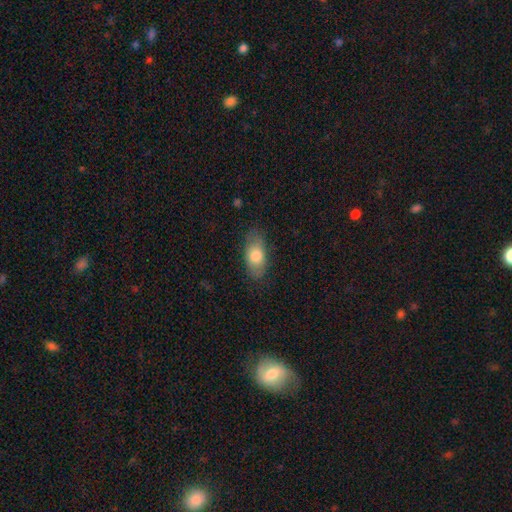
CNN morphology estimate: Q: Smooth or featured?
A: smooth (77%); runner-up: featured or disk (16%)
Q: How rounded?
A: in between (89%); runner-up: cigar-shaped (6%)
Q: Merging?
A: none (78%); runner-up: minor disturbance (17%)